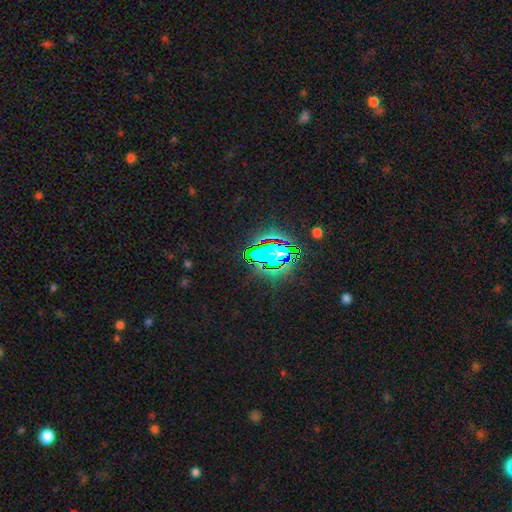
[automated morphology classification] A star or artifact, not a galaxy (83%).